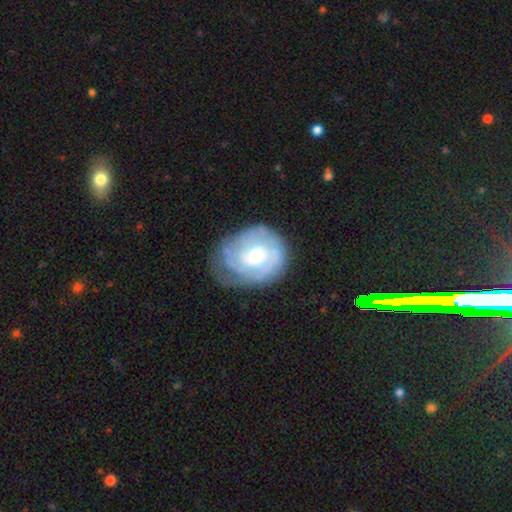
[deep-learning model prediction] smooth-or-featured: featured or disk: 75% | smooth: 20% | star or artifact: 6%
  disk-edge-on: no: 97% | yes: 3%
    bar: no: 71% | weak: 25% | strong: 4%
    has-spiral-arms: yes: 87% | no: 13%
      spiral-winding: tight: 66% | medium: 26% | loose: 8%
      spiral-arm-count: can't tell: 46% | 2: 25% | 3: 13% | 1: 7% | 4: 5% | more than 4: 4%
    bulge-size: moderate: 57% | small: 29% | large: 10% | none: 2% | dominant: 1%
  merging: none: 59% | minor disturbance: 27% | major disturbance: 13% | merger: 2%